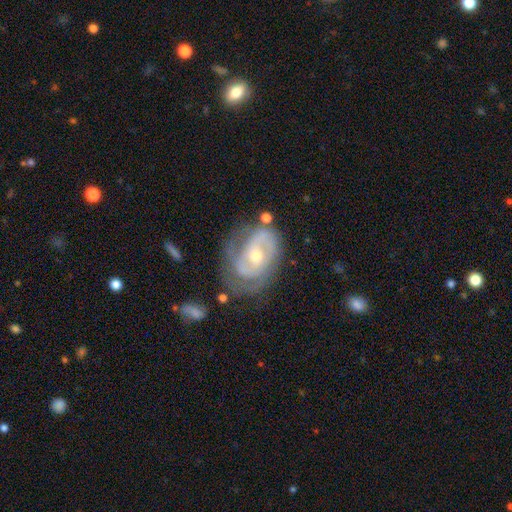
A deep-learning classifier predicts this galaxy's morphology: The model was most divided on "bulge size": moderate: 51%, small: 45%, large: 2%, none: 1%, dominant: 1%. More confident: edge-on disk — no (97%); spiral arms — yes (89%); smooth or featured — featured or disk (82%); merging — none (55%); bar — no (54%); spiral winding — tight (53%); spiral arm count — 2 (50%).